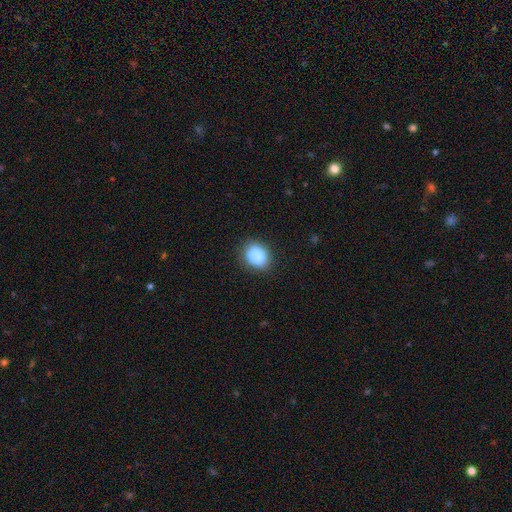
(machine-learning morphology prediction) Overall: smooth (86%). How rounded: round (55%; in between 44%). Merging: none (87%).